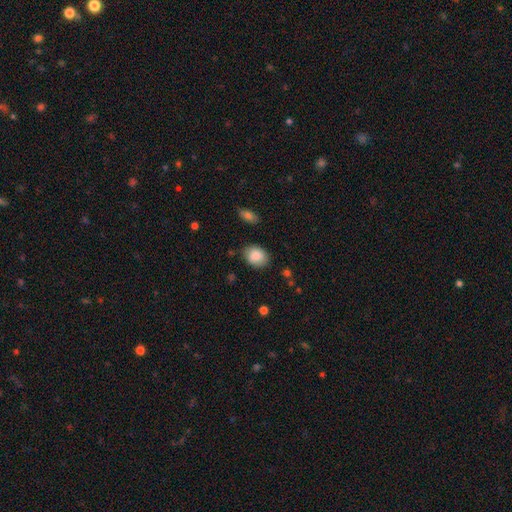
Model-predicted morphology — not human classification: This is clearly a smooth galaxy (87%). How rounded: likely in between (67%). Merging: likely none (79%).